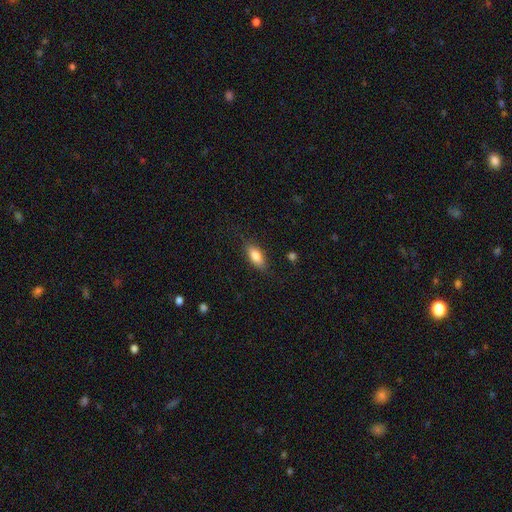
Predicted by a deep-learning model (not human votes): This is likely a smooth galaxy (79%). How rounded: likely in between (78%). Merging: clearly none (82%).